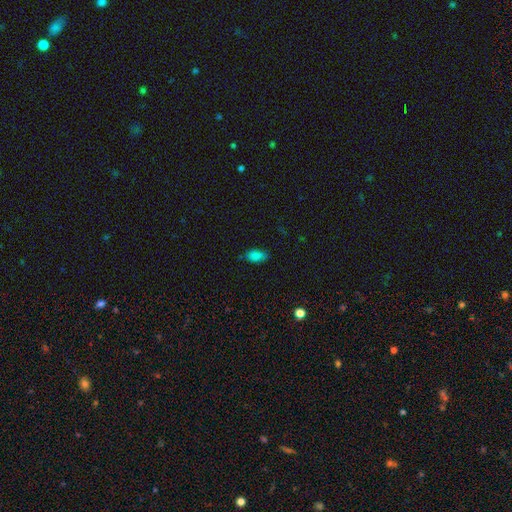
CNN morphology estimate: This appears to be a smooth galaxy with no disk features (82%) that is in between round and cigar-shaped (91%). Merging: none (71%).